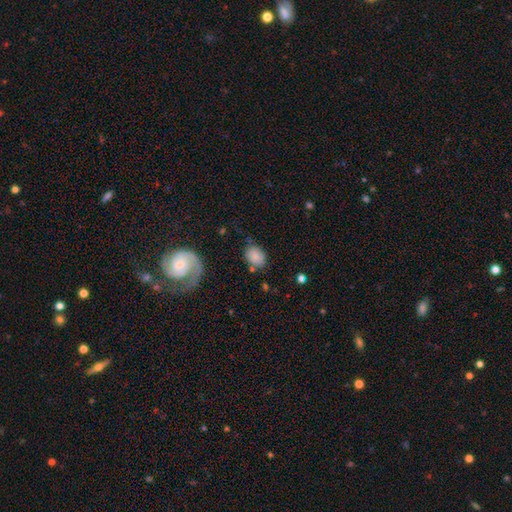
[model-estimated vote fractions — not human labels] A smooth galaxy with no disk features (79%) that is in between round and cigar-shaped (64%). Merging: none (70%).